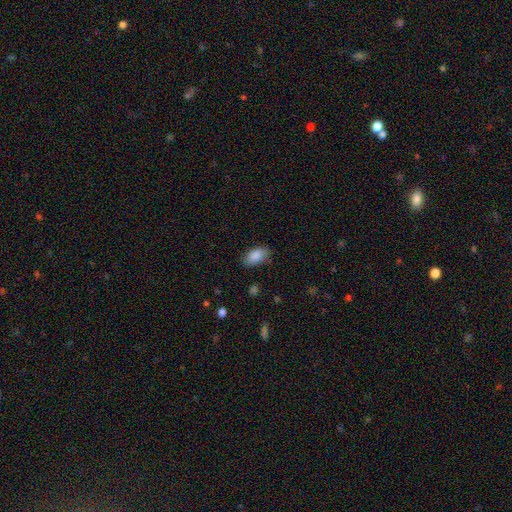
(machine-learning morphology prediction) Smooth or featured?
  - smooth: 87% *
  - star or artifact: 7%
  - featured or disk: 6%
How rounded?
  - in between: 93% *
  - round: 5%
  - cigar-shaped: 2%
Merging?
  - none: 83% *
  - minor disturbance: 13%
  - major disturbance: 3%
  - merger: 1%